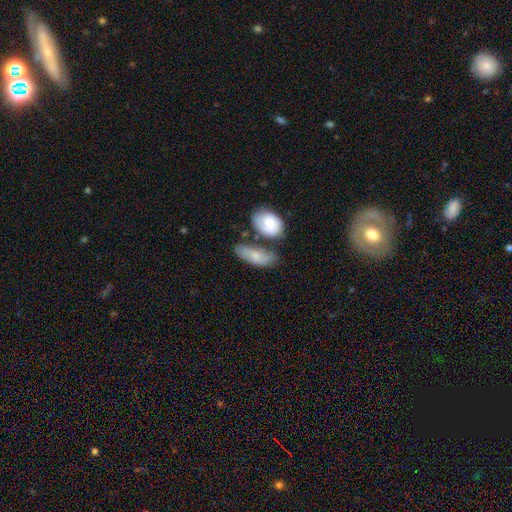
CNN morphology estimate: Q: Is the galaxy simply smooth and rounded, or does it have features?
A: smooth — 65%.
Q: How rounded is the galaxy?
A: in between — 81%.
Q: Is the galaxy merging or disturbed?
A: none — 45%.